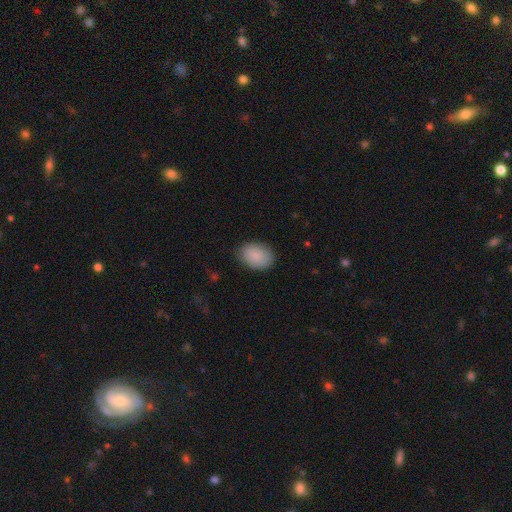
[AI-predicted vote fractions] A smooth galaxy with no disk features (89%) that is in between round and cigar-shaped (81%). Merging: none (84%).